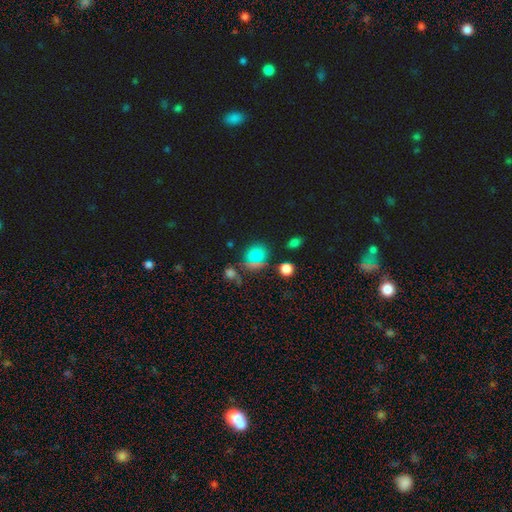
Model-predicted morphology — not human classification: Smooth or featured?
  - smooth: 68% *
  - star or artifact: 23%
  - featured or disk: 8%
How rounded?
  - round: 74% *
  - in between: 25%
  - cigar-shaped: 2%
Merging?
  - none: 69% *
  - minor disturbance: 13%
  - merger: 12%
  - major disturbance: 6%